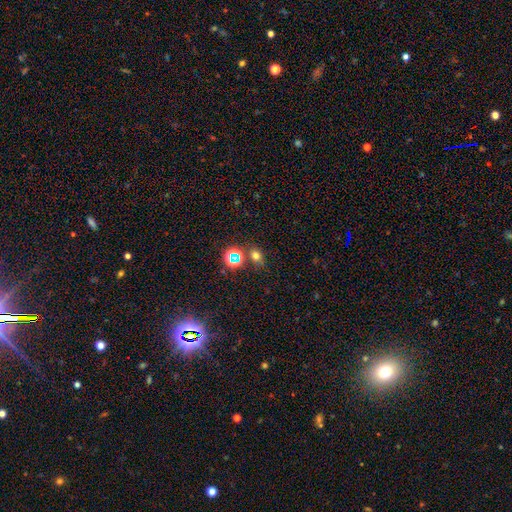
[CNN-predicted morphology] smooth-or-featured: smooth: 63% | star or artifact: 29% | featured or disk: 8%
  how-rounded: round: 61% | in between: 38% | cigar-shaped: 1%
  merging: none: 75% | minor disturbance: 11% | merger: 10% | major disturbance: 4%